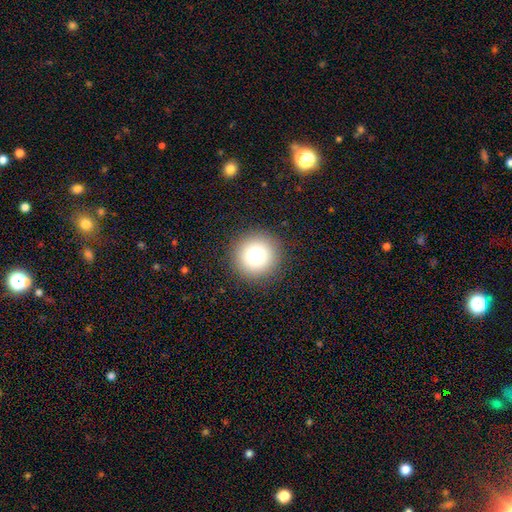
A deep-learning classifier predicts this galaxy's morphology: A smooth galaxy with no disk features (79%) that is round (95%). Merging: none (91%).